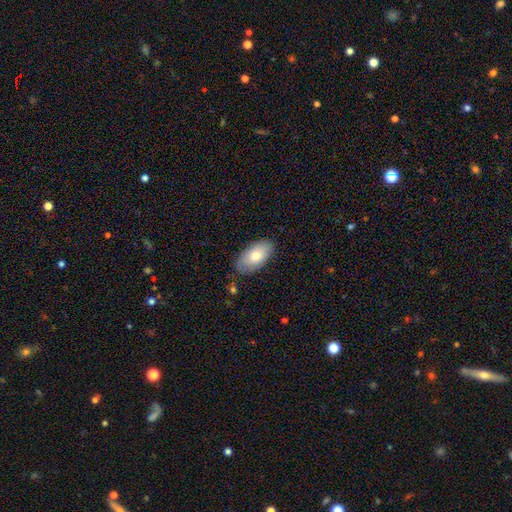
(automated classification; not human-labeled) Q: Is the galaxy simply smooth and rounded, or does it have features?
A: smooth — 74%.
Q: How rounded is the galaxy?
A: in between — 94%.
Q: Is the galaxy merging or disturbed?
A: none — 82%.